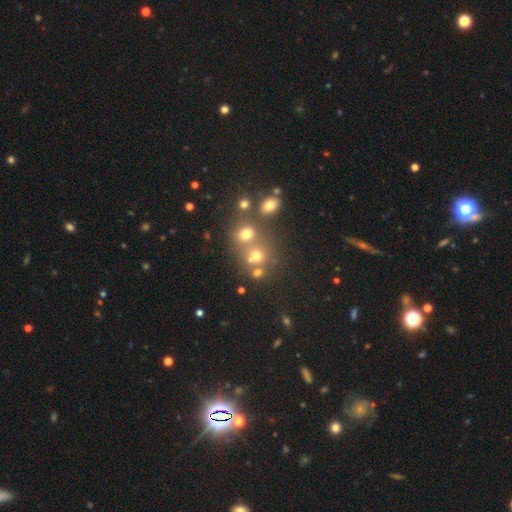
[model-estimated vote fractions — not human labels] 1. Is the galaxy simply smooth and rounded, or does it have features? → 58% smooth, 26% star or artifact, 16% featured or disk.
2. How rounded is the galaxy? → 76% round, 23% in between, 1% cigar-shaped.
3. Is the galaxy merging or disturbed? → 49% none, 38% merger, 9% minor disturbance, 4% major disturbance.